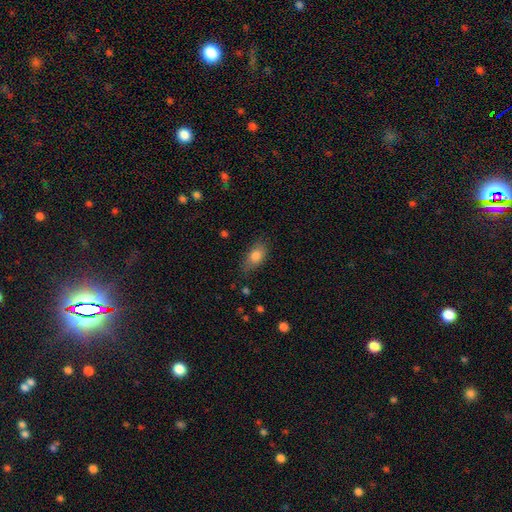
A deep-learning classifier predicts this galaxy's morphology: Overall: smooth (82%). How rounded: in between (87%). Merging: none (69%).